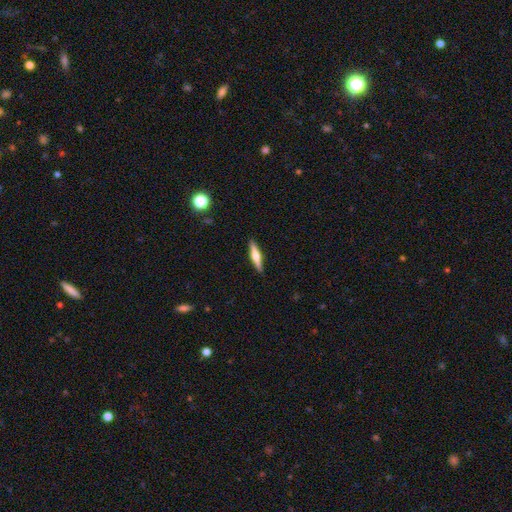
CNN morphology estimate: smooth_or_featured: featured or disk (p=0.50) [alt: smooth p=0.44]
disk_edge_on: yes (p=0.96) [alt: no p=0.04]
merging: none (p=0.90) [alt: minor disturbance p=0.07]